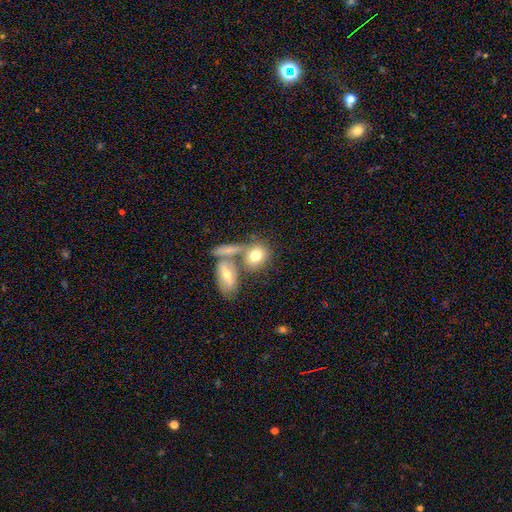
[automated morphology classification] Overall: smooth (72%). How rounded: in between (52%; round 43%). Merging: none (42%, tied with merger).